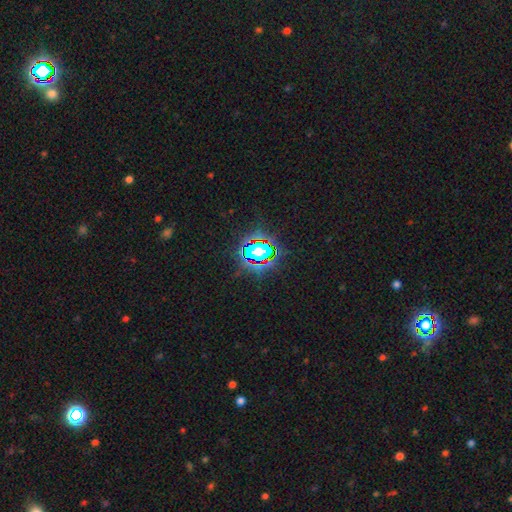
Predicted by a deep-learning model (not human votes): Smooth or featured: star or artifact — 71% (smooth — 17%)